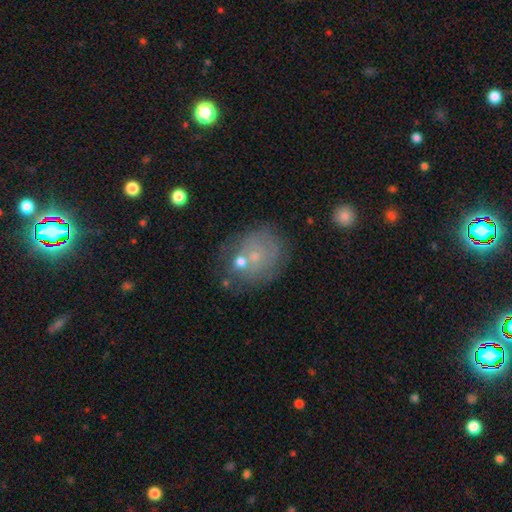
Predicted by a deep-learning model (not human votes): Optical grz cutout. It shows a smooth galaxy with no disk features (43%). Merging: none (58%).